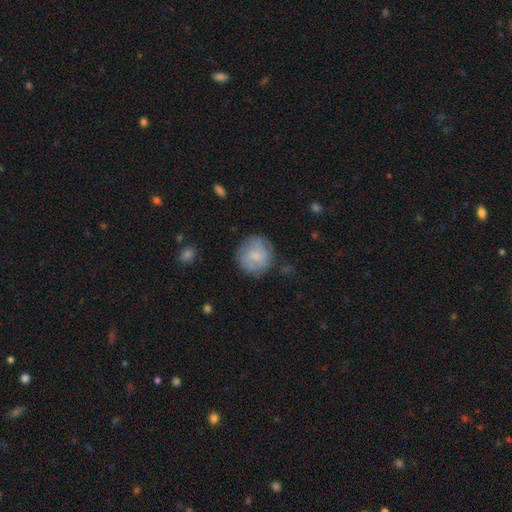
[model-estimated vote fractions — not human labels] Smooth or featured?
  - smooth: 65% *
  - featured or disk: 28%
  - star or artifact: 7%
How rounded?
  - round: 90% *
  - in between: 9%
  - cigar-shaped: 1%
Merging?
  - none: 76% *
  - minor disturbance: 17%
  - major disturbance: 6%
  - merger: 2%